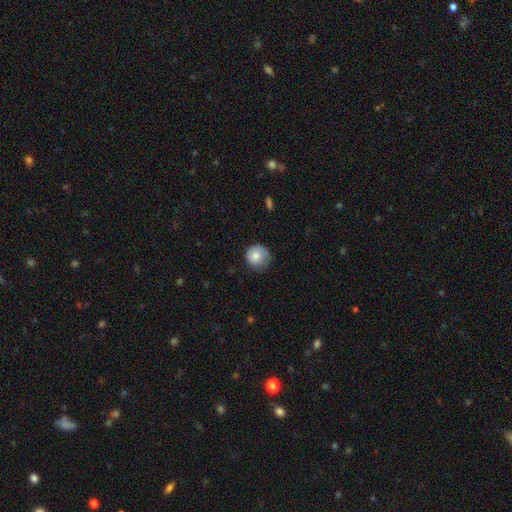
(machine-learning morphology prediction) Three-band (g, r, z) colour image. It shows a smooth galaxy with no disk features (79%) that is round (91%). Merging: none (65%).